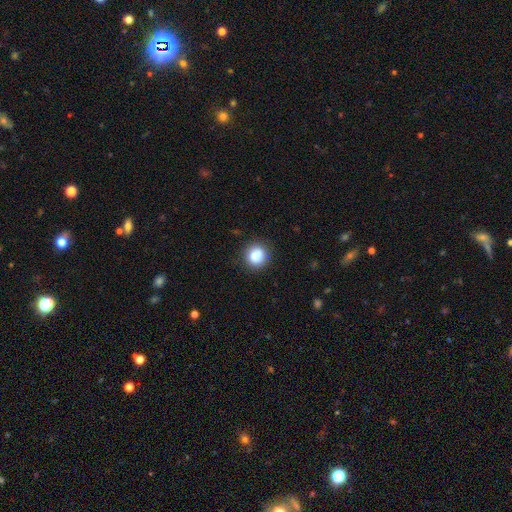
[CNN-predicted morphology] This appears to be a smooth galaxy with no disk features (82%) that is round (85%). Merging: none (82%).